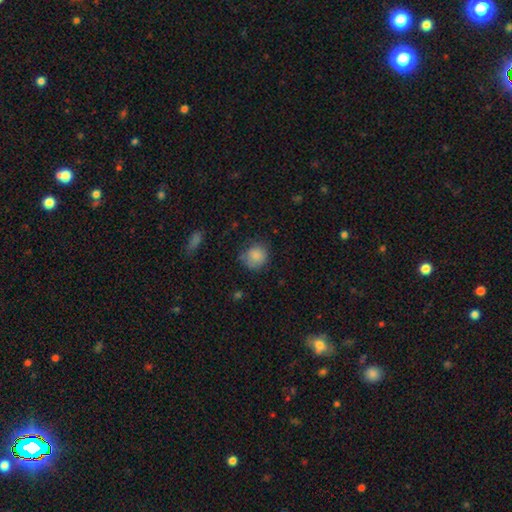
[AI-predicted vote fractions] This appears to be a smooth galaxy with no disk features (84%) that is round (83%). Merging: none (67%).